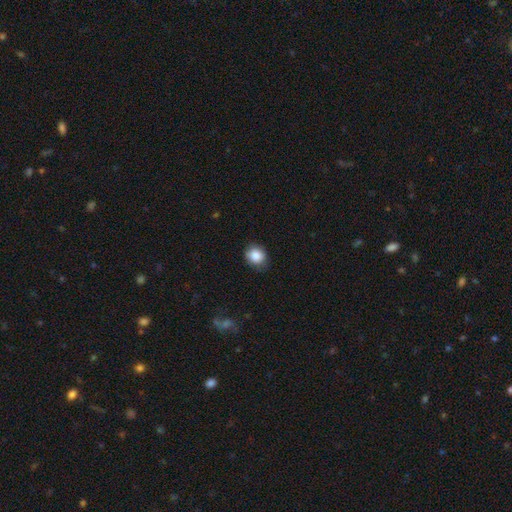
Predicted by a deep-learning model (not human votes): smooth 86%, star or artifact 9%, featured or disk 6%. Down the decision tree: how rounded — round (71%); merging — none (81%).